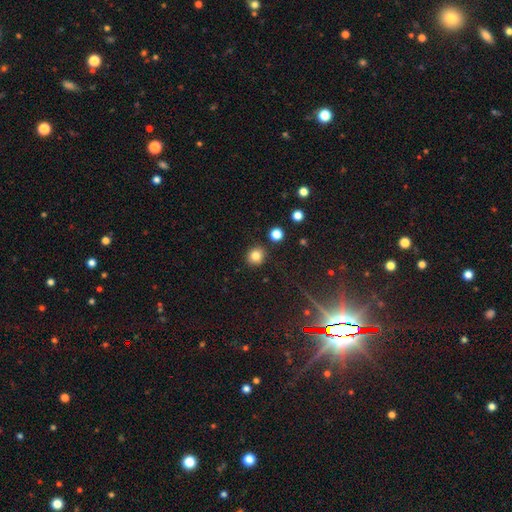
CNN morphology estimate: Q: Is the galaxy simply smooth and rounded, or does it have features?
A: smooth — 81%.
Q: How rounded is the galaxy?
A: round — 86%.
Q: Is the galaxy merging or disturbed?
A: none — 88%.